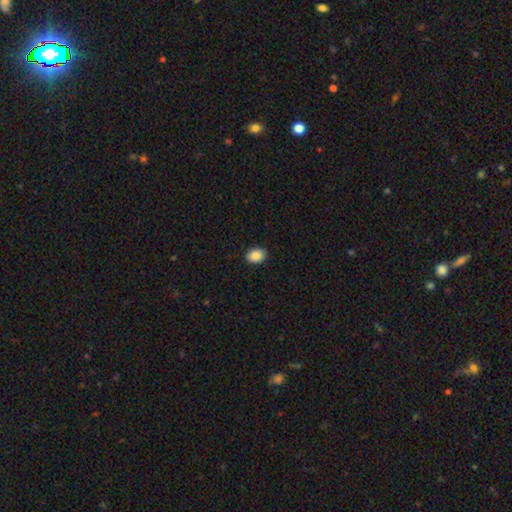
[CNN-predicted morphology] smooth 88%, star or artifact 8%, featured or disk 4%. Down the decision tree: how rounded — in between (75%); merging — none (90%).